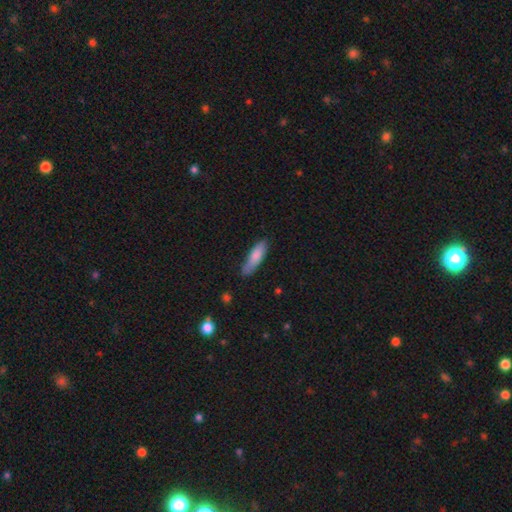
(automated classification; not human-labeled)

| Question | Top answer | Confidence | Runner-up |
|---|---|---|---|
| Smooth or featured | smooth | 82% | featured or disk (13%) |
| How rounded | cigar-shaped | 62% | in between (37%) |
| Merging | none | 70% | minor disturbance (24%) |